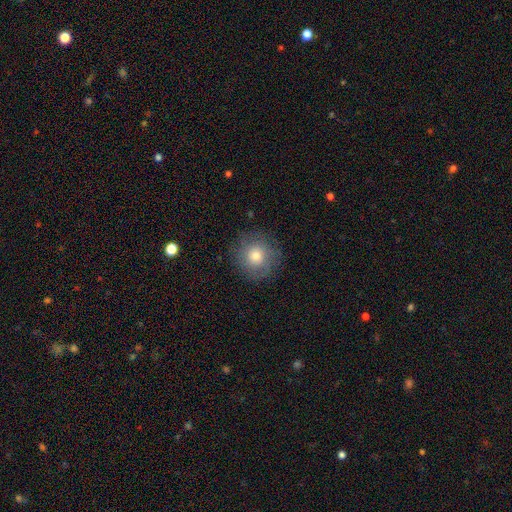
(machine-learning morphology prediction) smooth 71%, featured or disk 18%, star or artifact 10%. Down the decision tree: how rounded — round (93%); merging — none (83%).